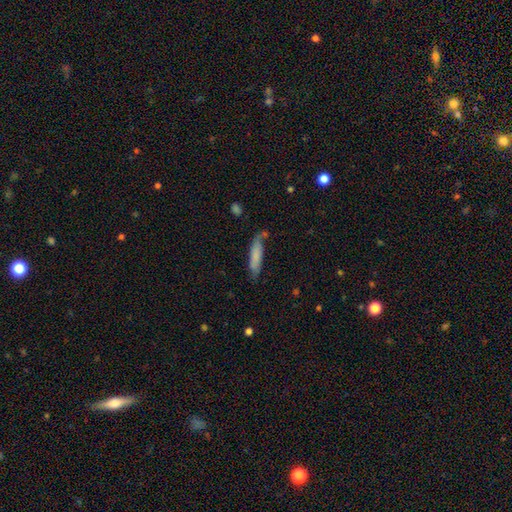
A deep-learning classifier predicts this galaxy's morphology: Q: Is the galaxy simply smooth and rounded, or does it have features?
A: smooth — 72%.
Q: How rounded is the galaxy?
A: cigar-shaped — 73%.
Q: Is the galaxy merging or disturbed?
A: none — 57%.